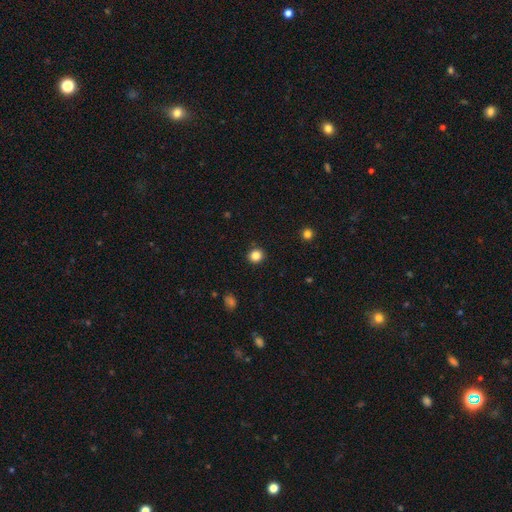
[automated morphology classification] A smooth galaxy with no disk features (84%) that is round (89%). Merging: none (91%).